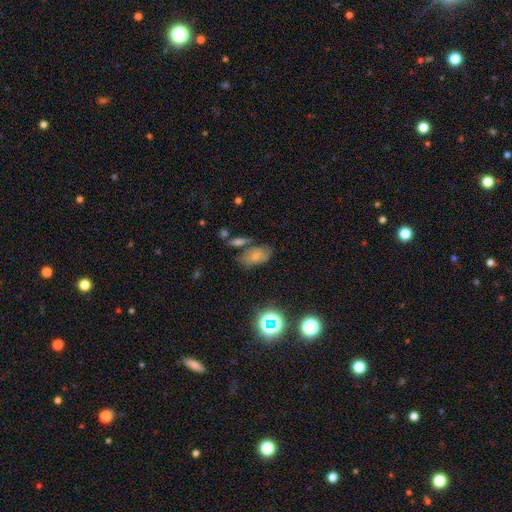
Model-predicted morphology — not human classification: A smooth galaxy with no disk features (56%) that is in between round and cigar-shaped (86%).

Vote fractions:
- Smooth or featured? smooth: 56% / featured or disk: 27% / star or artifact: 17%
- How rounded? in between: 86% / round: 12% / cigar-shaped: 3%
- Merging? none: 50% / minor disturbance: 23% / merger: 17% / major disturbance: 10%